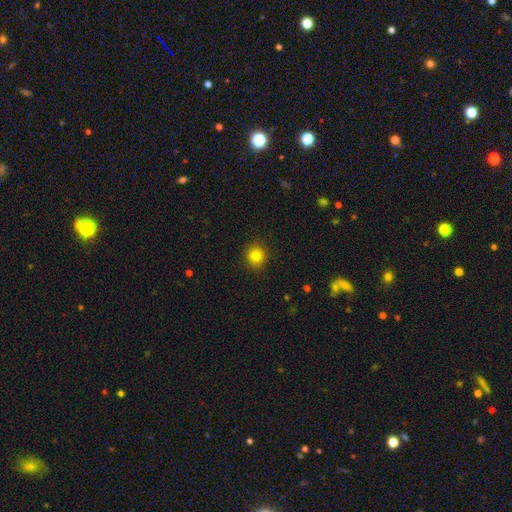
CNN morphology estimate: smooth 82%, star or artifact 12%, featured or disk 5%. Down the decision tree: how rounded — round (91%); merging — none (91%).